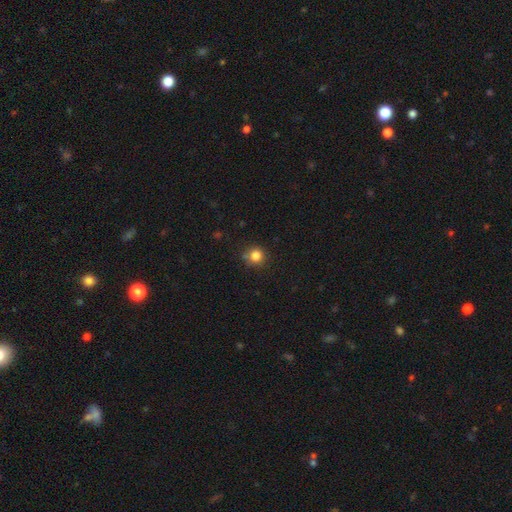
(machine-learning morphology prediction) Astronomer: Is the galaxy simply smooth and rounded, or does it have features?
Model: smooth — 82%.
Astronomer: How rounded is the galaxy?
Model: round — 91%.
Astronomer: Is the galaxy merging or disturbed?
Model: none — 78%.